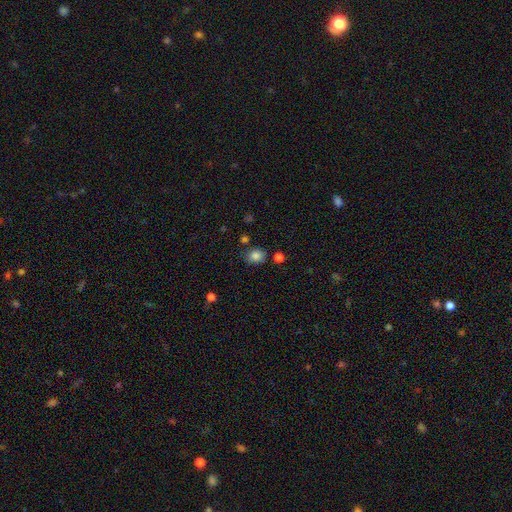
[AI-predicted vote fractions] A smooth galaxy with no disk features (83%) that is round (58%).

Vote fractions:
- Smooth or featured? smooth: 83% / star or artifact: 11% / featured or disk: 5%
- How rounded? round: 58% / in between: 41% / cigar-shaped: 1%
- Merging? none: 78% / minor disturbance: 14% / merger: 5% / major disturbance: 4%